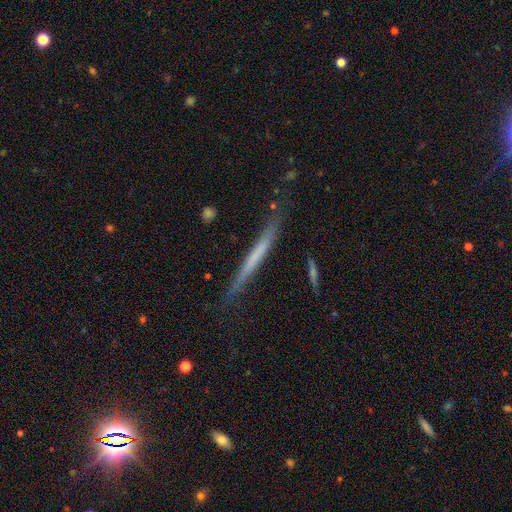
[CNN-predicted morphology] Overall: featured or disk (48%; smooth 46%). Merging: none (79%).